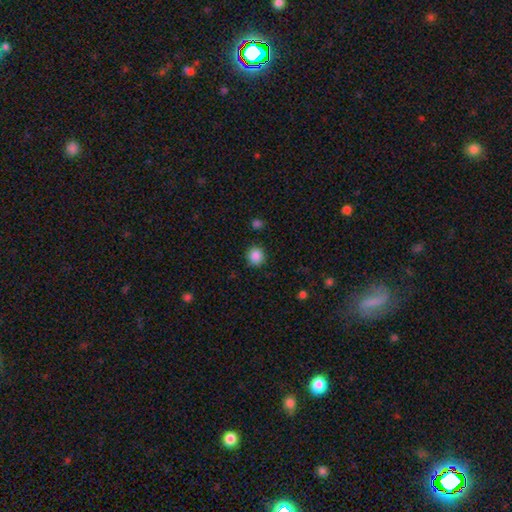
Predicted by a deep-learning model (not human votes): Smooth or featured? smooth (87%)
How rounded? round (90%)
Merging? none (90%)